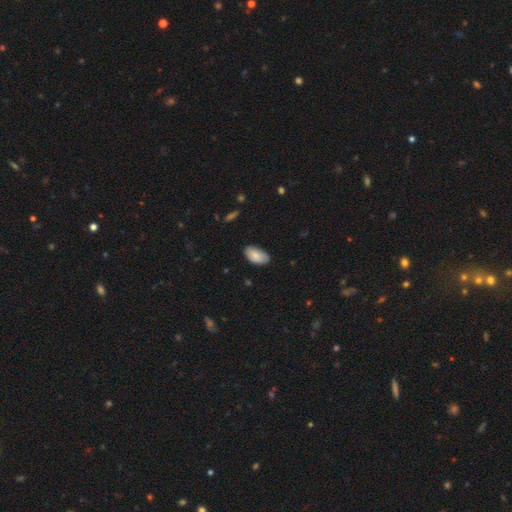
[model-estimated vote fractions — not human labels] Q: Smooth or featured?
A: smooth (80%); runner-up: featured or disk (13%)
Q: How rounded?
A: in between (95%); runner-up: round (3%)
Q: Merging?
A: none (77%); runner-up: minor disturbance (19%)